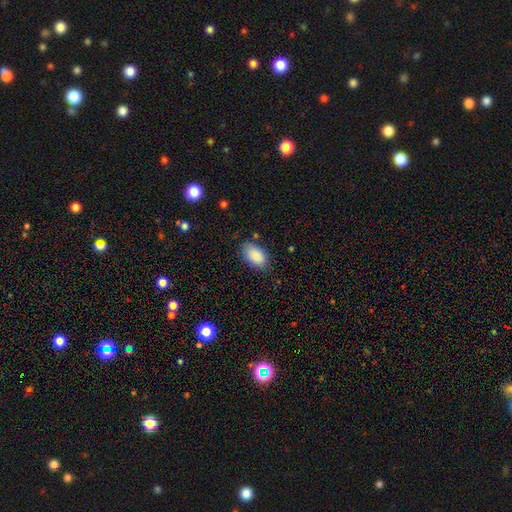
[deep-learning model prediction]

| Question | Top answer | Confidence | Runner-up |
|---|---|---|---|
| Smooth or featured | smooth | 89% | star or artifact (7%) |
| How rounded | in between | 94% | round (4%) |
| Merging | none | 80% | minor disturbance (15%) |